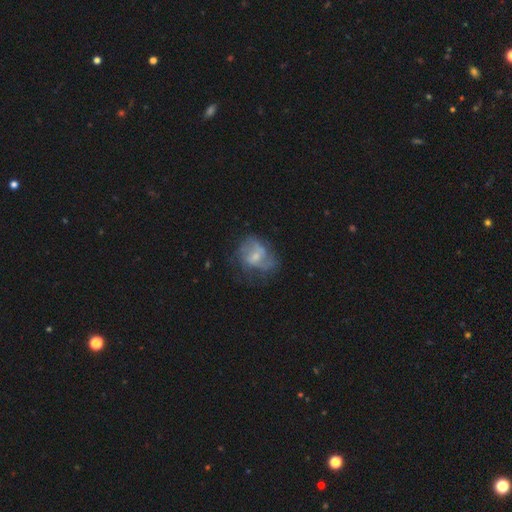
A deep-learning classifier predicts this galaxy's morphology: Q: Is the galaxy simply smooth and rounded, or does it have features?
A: featured or disk — 61%.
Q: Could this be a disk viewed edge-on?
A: no — 97%.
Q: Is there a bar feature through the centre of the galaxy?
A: no — 53%.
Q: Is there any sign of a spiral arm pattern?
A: yes — 66%.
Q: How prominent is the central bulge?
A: small — 54%.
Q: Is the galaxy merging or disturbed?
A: none — 47%.